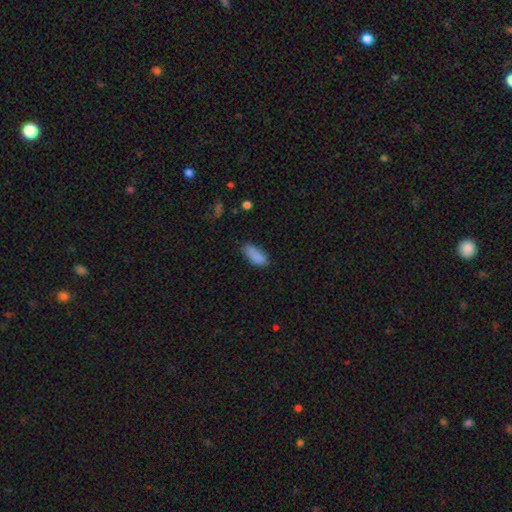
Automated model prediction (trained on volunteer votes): A smooth galaxy with no disk features (86%) that is in between round and cigar-shaped (81%). Merging: none (68%).